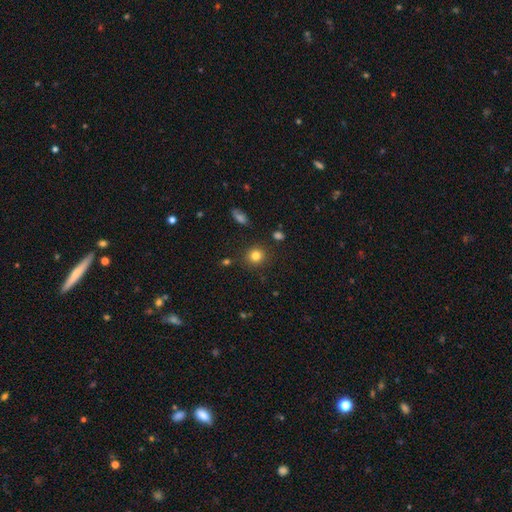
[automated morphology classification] Smooth or featured? Predicted: smooth (p=0.81). How rounded? Predicted: round (p=0.89). Merging? Predicted: none (p=0.87).